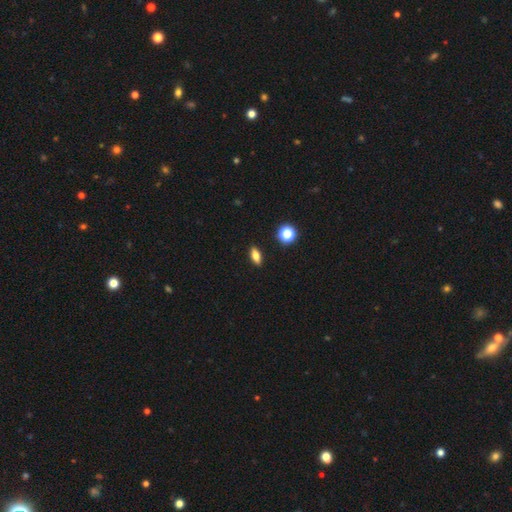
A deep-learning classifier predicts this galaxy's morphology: This appears to be a smooth galaxy with no disk features (69%) that is in between round and cigar-shaped (74%). Merging: none (90%).